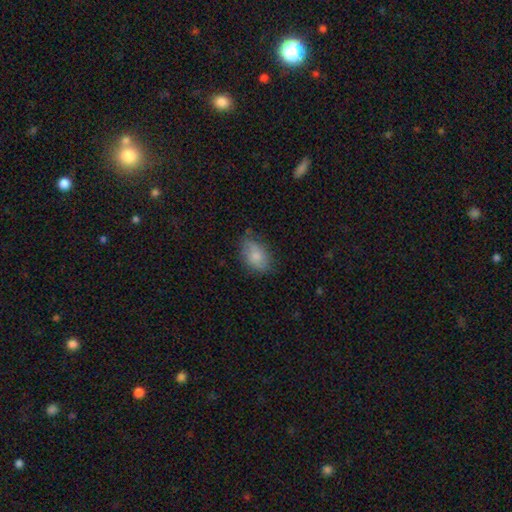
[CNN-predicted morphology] type=smooth (78%); roundness=in between (88%); merging=none (66%).